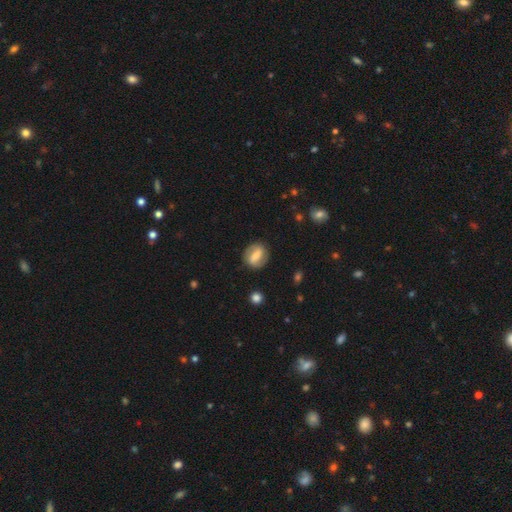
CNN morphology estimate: Smooth or featured: featured or disk — 54% (smooth — 40%)
Edge-on disk: no — 94% (yes — 6%)
Bar: strong — 58% (weak — 31%)
Spiral arms: yes — 70% (no — 30%)
Bulge size: moderate — 45% (small — 35%)
Merging: none — 85% (minor disturbance — 10%)